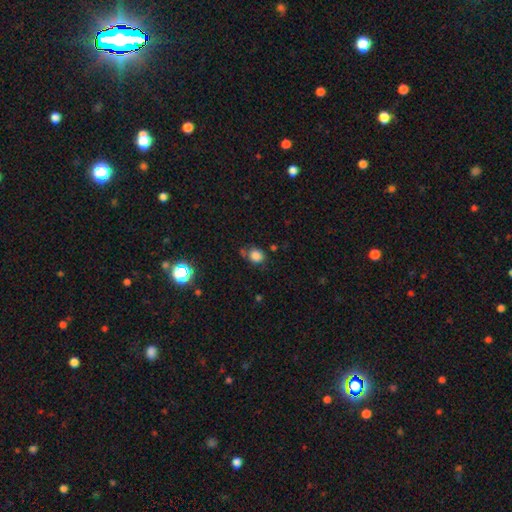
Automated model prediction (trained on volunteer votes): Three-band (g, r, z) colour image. It shows a smooth galaxy with no disk features (81%) that is round (63%). Merging: none (64%).